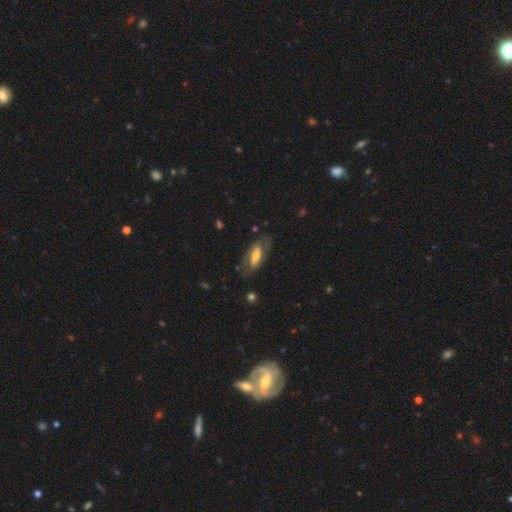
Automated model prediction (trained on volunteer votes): smooth_or_featured: featured or disk (p=0.53) [alt: smooth p=0.41]
disk_edge_on: no (p=0.77) [alt: yes p=0.23]
merging: none (p=0.69) [alt: minor disturbance p=0.18]